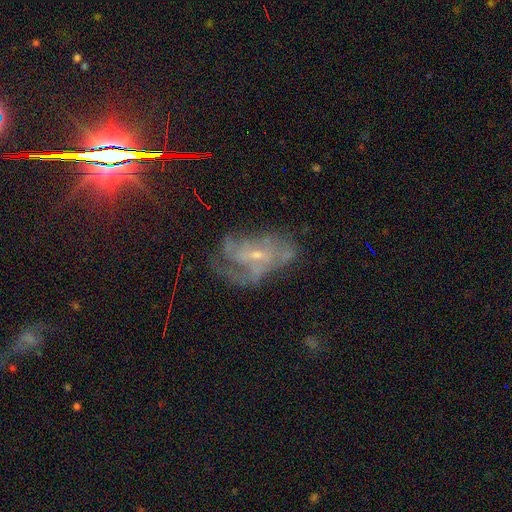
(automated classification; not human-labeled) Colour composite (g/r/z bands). It shows a featured or disk galaxy (72%) with no bar (57%), medium (42%) spiral arms (75%) and a small central bulge (73%). Merging: none (39%).